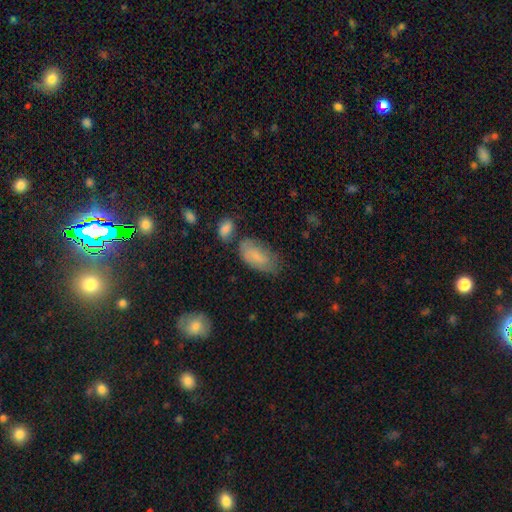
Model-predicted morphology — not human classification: This appears to be a smooth galaxy with no disk features (75%) that is in between round and cigar-shaped (93%). Merging: none (52%).